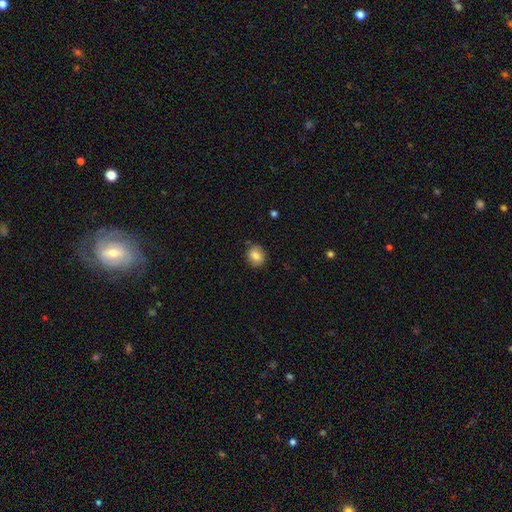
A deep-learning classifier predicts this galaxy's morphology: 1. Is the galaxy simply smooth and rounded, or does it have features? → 83% smooth, 9% star or artifact, 8% featured or disk.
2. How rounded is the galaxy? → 73% round, 26% in between, 1% cigar-shaped.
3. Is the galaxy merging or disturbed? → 85% none, 11% minor disturbance, 2% major disturbance, 2% merger.